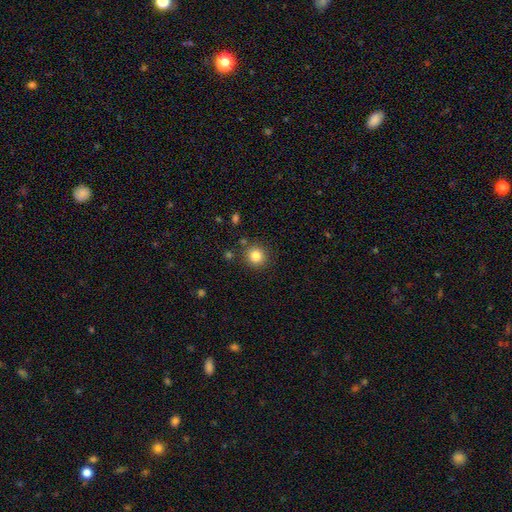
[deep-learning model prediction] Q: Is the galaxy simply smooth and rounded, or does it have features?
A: smooth — 84%.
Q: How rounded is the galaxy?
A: round — 91%.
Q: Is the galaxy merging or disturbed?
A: none — 86%.